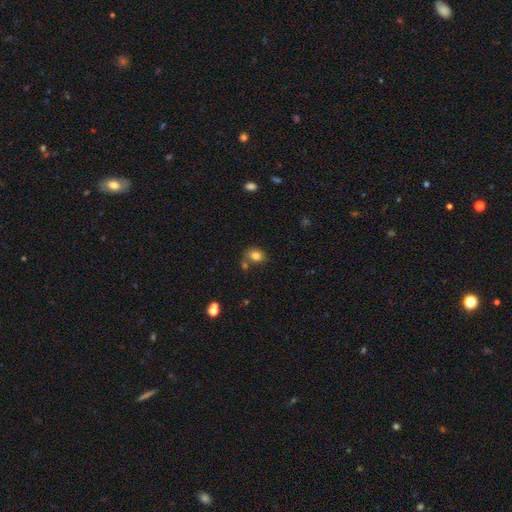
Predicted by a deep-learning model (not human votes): This appears to be a smooth galaxy with no disk features (82%) that is in between round and cigar-shaped (59%). Merging: none (62%).